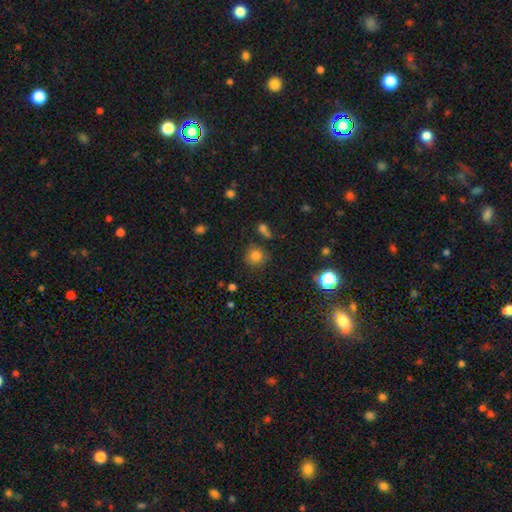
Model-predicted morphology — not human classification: smooth-or-featured: smooth: 79% | star or artifact: 13% | featured or disk: 7%
  how-rounded: round: 89% | in between: 10% | cigar-shaped: 1%
  merging: none: 79% | minor disturbance: 12% | merger: 6% | major disturbance: 4%